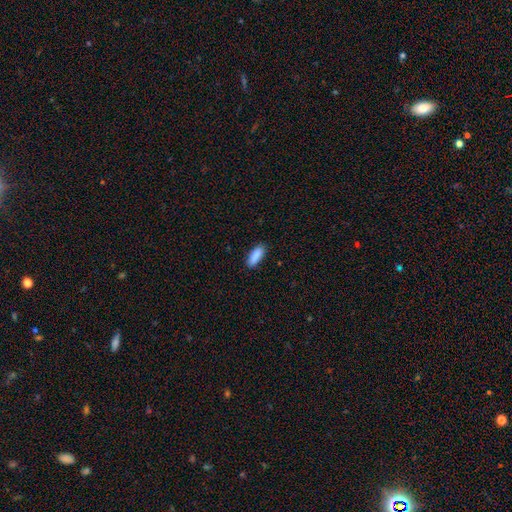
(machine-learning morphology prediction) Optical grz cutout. It shows a smooth galaxy with no disk features (89%) that is in between round and cigar-shaped (63%). Merging: none (85%).